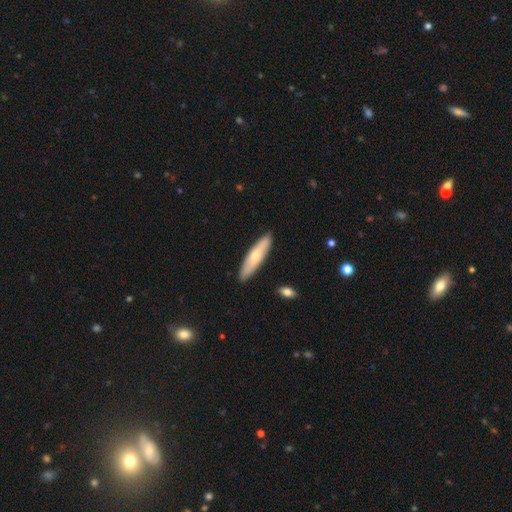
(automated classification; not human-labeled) smooth_or_featured: smooth (p=0.61) [alt: featured or disk p=0.34]
how_rounded: cigar-shaped (p=0.74) [alt: in between p=0.25]
merging: none (p=0.88) [alt: minor disturbance p=0.09]